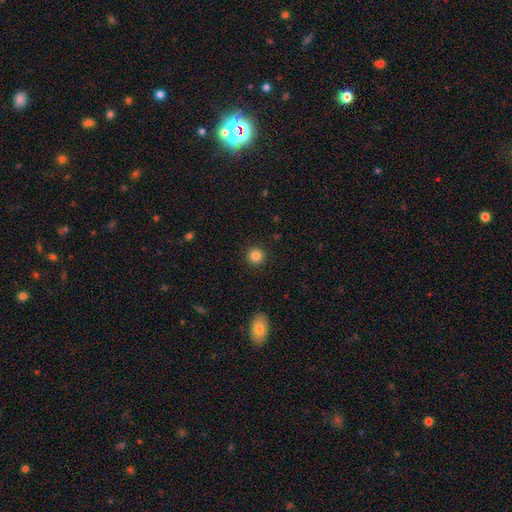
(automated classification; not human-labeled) Smooth or featured? smooth (84%)
How rounded? round (95%)
Merging? none (92%)